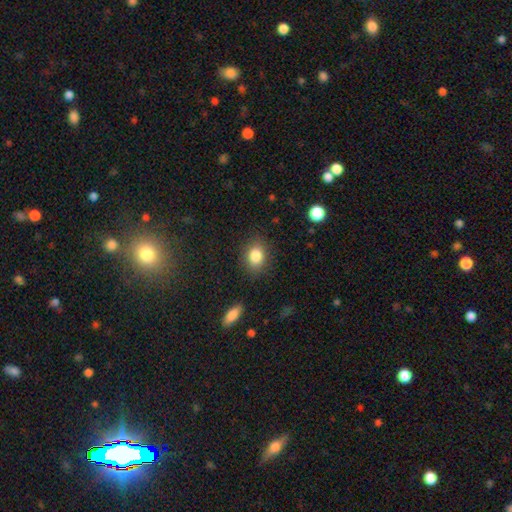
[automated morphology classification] Smooth or featured: smooth — 85% (star or artifact — 9%)
How rounded: in between — 60% (round — 39%)
Merging: none — 84% (minor disturbance — 11%)